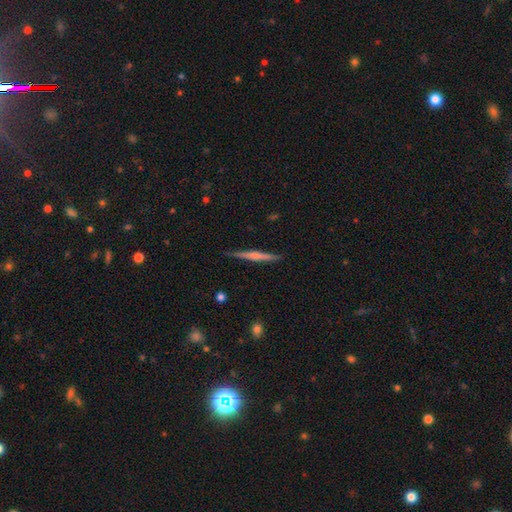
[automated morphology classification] This appears to be a featured or disk galaxy (57%) viewed edge-on (98%) with a rounded central bulge (51%). Merging: none (88%).